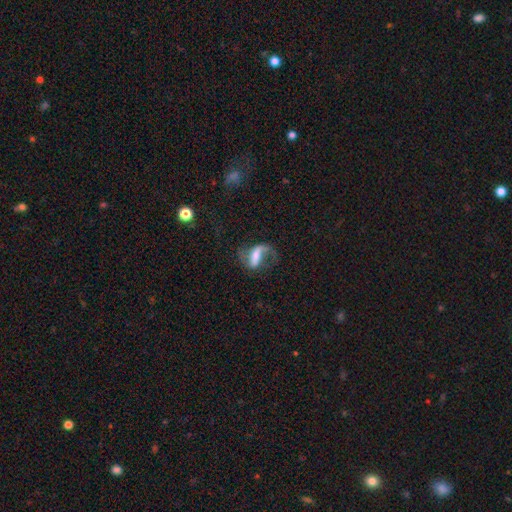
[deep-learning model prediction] featured or disk 68%, smooth 23%, star or artifact 9%. Down the decision tree: edge-on disk — no (93%); bar — strong (47%); spiral arms — yes (86%); spiral arm count — 2 (62%); spiral winding — loose (64%); bulge size — moderate (32%); merging — none (44%).